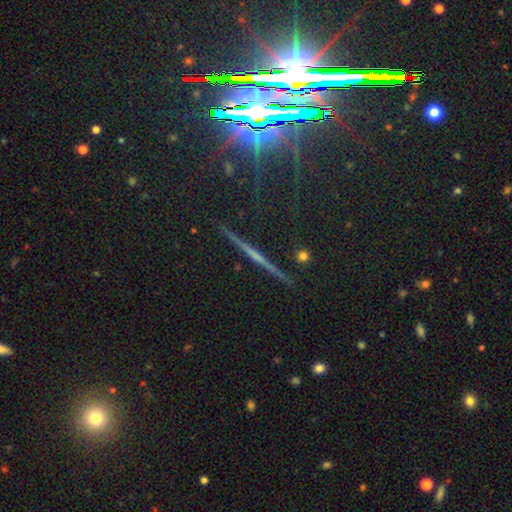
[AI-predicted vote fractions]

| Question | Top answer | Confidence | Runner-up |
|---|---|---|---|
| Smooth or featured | featured or disk | 62% | star or artifact (23%) |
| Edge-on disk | yes | 97% | no (3%) |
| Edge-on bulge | none | 45% | rounded (42%) |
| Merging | none | 91% | minor disturbance (6%) |